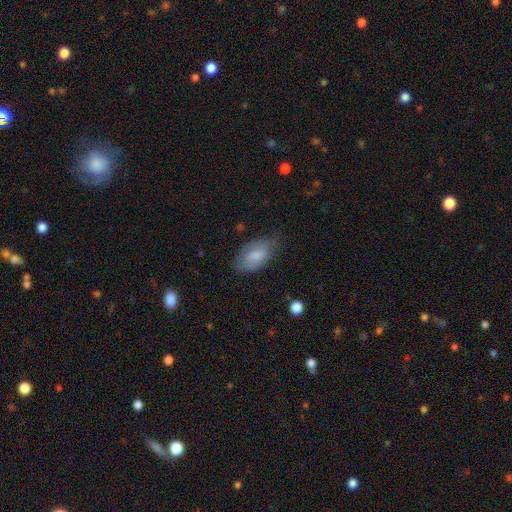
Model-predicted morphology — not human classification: Overall: smooth (77%). How rounded: in between (93%). Merging: none (66%; minor disturbance 26%).